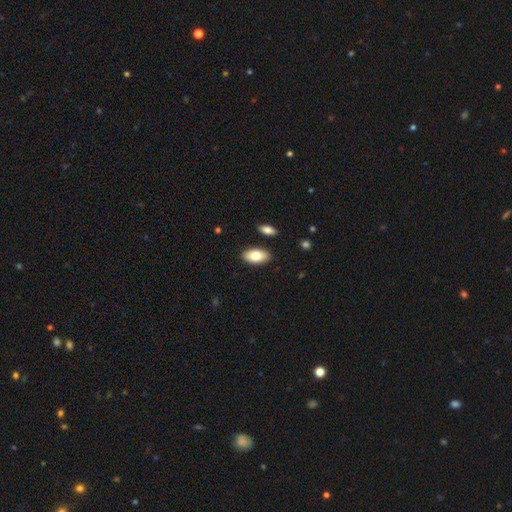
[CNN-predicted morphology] type=smooth (80%); roundness=in between (94%); merging=none (87%).